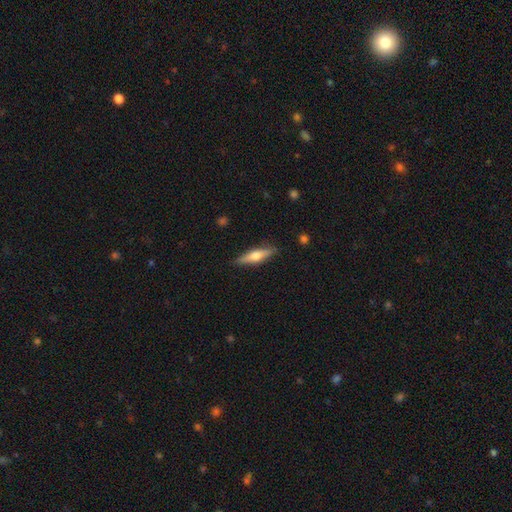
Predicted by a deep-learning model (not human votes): Smooth or featured? Predicted: featured or disk (p=0.51). Edge-on disk? Predicted: yes (p=0.94). Merging? Predicted: none (p=0.88).